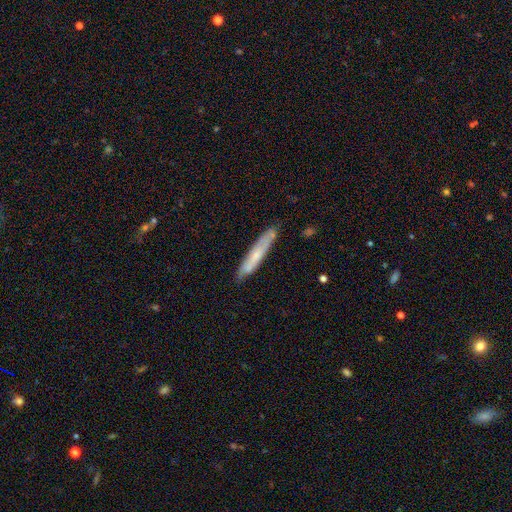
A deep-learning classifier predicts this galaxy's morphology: Overall: smooth (58%; featured or disk 37%). How rounded: cigar-shaped (93%). Merging: none (81%).